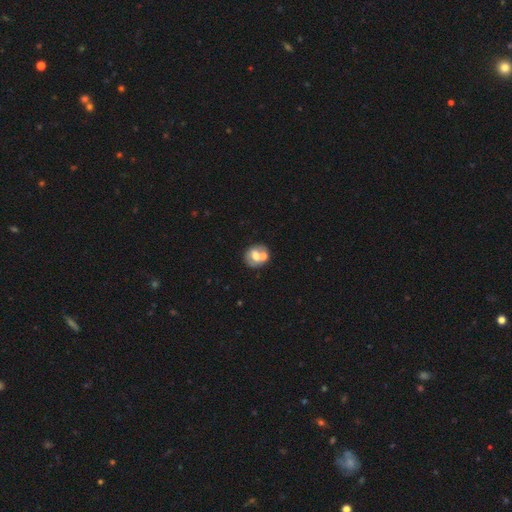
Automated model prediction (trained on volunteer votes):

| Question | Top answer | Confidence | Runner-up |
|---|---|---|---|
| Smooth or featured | smooth | 53% | featured or disk (37%) |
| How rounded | round | 66% | in between (33%) |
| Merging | none | 47% | merger (37%) |